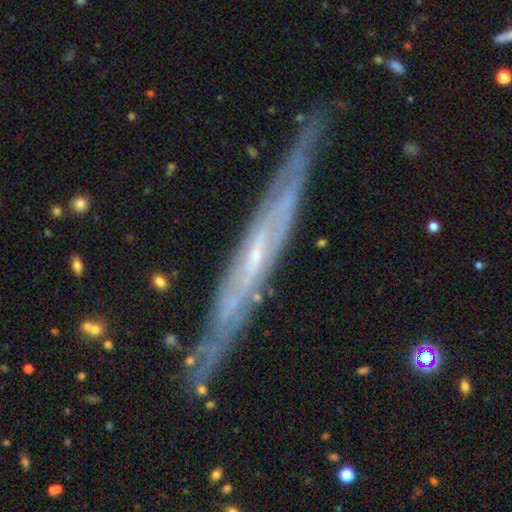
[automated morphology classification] This is likely a featured or disk galaxy (74%). It is clearly viewed edge-on (83%). Edge-on bulge: likely none (73%). Merging: clearly none (83%).